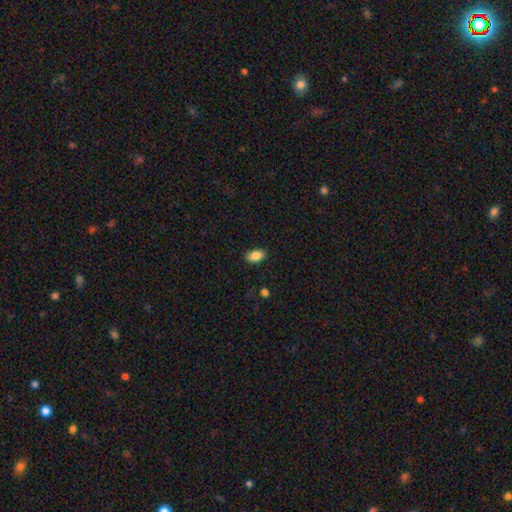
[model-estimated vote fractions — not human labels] This appears to be a smooth galaxy with no disk features (85%) that is in between round and cigar-shaped (90%). Merging: none (88%).